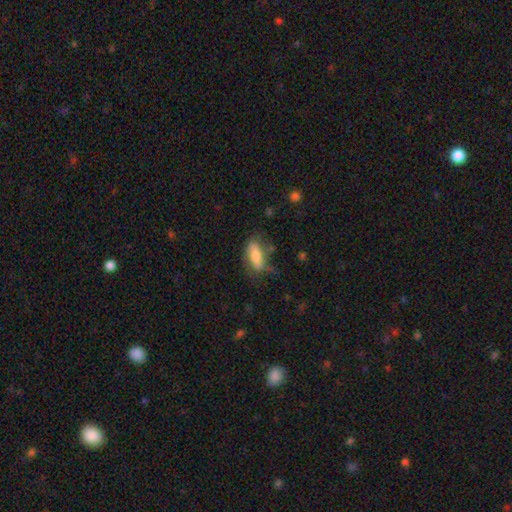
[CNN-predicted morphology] smooth_or_featured: smooth (p=0.68) [alt: featured or disk p=0.25]
how_rounded: in between (p=0.75) [alt: cigar-shaped p=0.22]
merging: none (p=0.56) [alt: minor disturbance p=0.28]